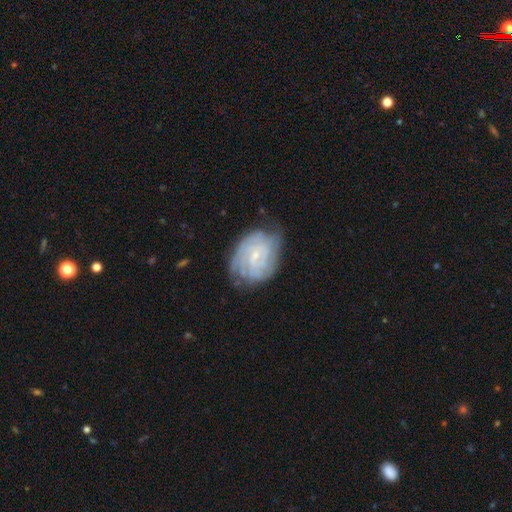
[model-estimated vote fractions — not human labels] Q: Smooth or featured?
A: featured or disk (79%); runner-up: smooth (15%)
Q: Edge-on disk?
A: no (97%); runner-up: yes (3%)
Q: Bar?
A: no (50%); runner-up: weak (43%)
Q: Spiral arms?
A: yes (93%); runner-up: no (7%)
Q: Spiral winding?
A: tight (72%); runner-up: medium (23%)
Q: Spiral arm count?
A: can't tell (42%); runner-up: 2 (18%)
Q: Bulge size?
A: small (75%); runner-up: moderate (17%)
Q: Merging?
A: none (65%); runner-up: minor disturbance (24%)